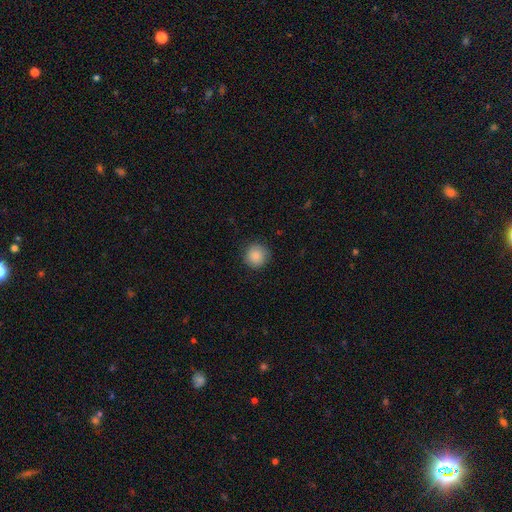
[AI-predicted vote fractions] Q: Smooth or featured?
A: smooth (86%); runner-up: star or artifact (9%)
Q: How rounded?
A: round (95%); runner-up: in between (4%)
Q: Merging?
A: none (88%); runner-up: minor disturbance (9%)